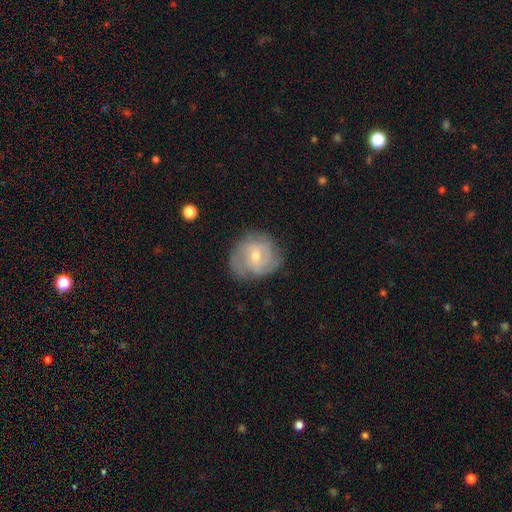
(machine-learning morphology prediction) smooth-or-featured: featured or disk: 76% | smooth: 16% | star or artifact: 7%
  disk-edge-on: no: 97% | yes: 3%
    bar: no: 50% | weak: 41% | strong: 8%
    has-spiral-arms: yes: 93% | no: 7%
      spiral-winding: tight: 56% | medium: 35% | loose: 10%
      spiral-arm-count: 3: 30% | can't tell: 27% | 2: 23% | 4: 10% | 1: 5% | more than 4: 5%
    bulge-size: small: 48% (tied) | moderate: 48% (tied) | large: 1% | none: 1% | dominant: 1%
  merging: none: 76% | minor disturbance: 17% | major disturbance: 6% | merger: 1%